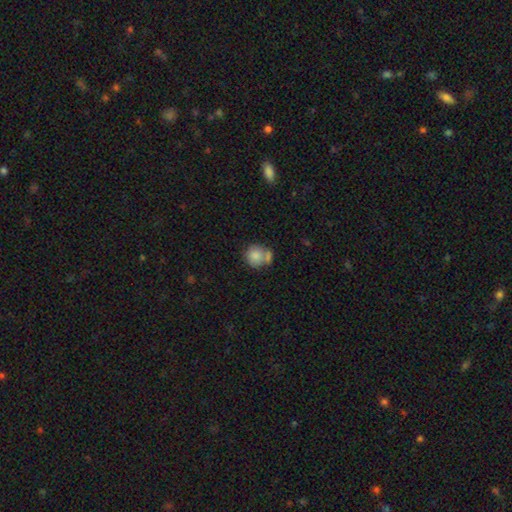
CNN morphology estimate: Smooth or featured?
  - smooth: 82% *
  - featured or disk: 10%
  - star or artifact: 8%
How rounded?
  - round: 87% *
  - in between: 12%
  - cigar-shaped: 1%
Merging?
  - none: 47% *
  - merger: 35%
  - minor disturbance: 13%
  - major disturbance: 5%